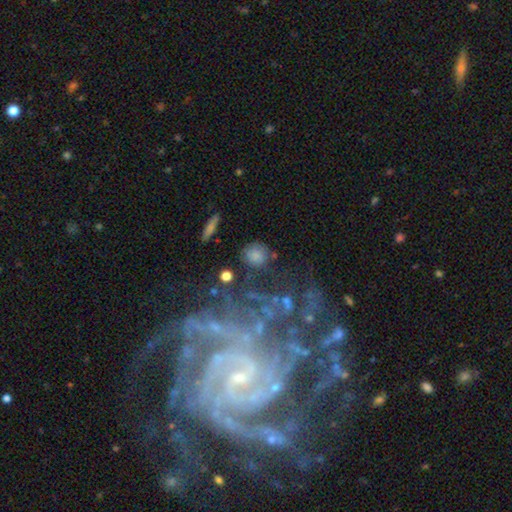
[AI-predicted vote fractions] The model was most divided on "merging": none: 71%, minor disturbance: 16%, major disturbance: 8%, merger: 6%. More confident: how rounded — round (78%); smooth or featured — smooth (71%).